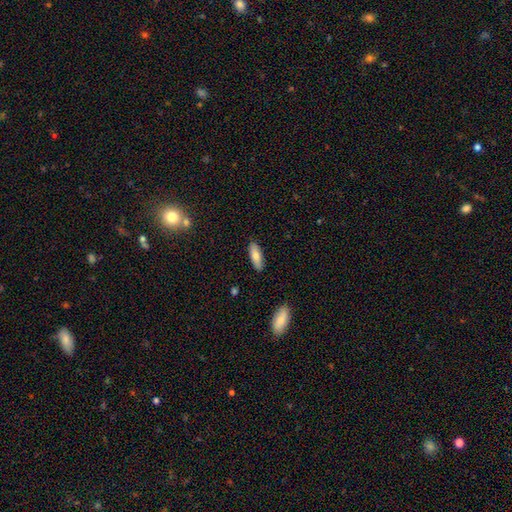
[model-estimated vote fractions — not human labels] Q: Smooth or featured?
A: smooth (77%); runner-up: featured or disk (17%)
Q: How rounded?
A: in between (61%); runner-up: cigar-shaped (37%)
Q: Merging?
A: none (88%); runner-up: minor disturbance (9%)